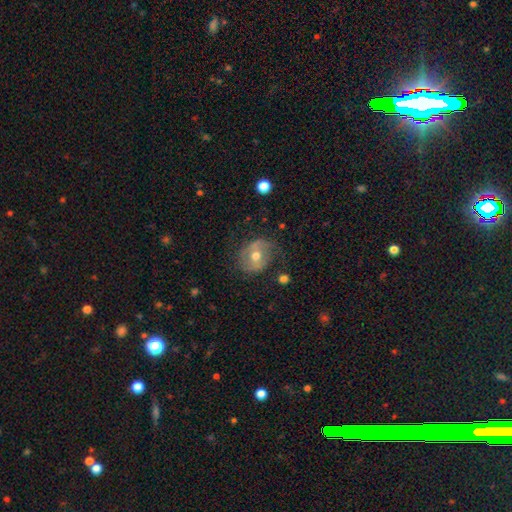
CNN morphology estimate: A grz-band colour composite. It shows a featured or disk galaxy (53%) with no bar (47%), spiral arms (59%) and a moderate central bulge (74%). Merging: none (66%).